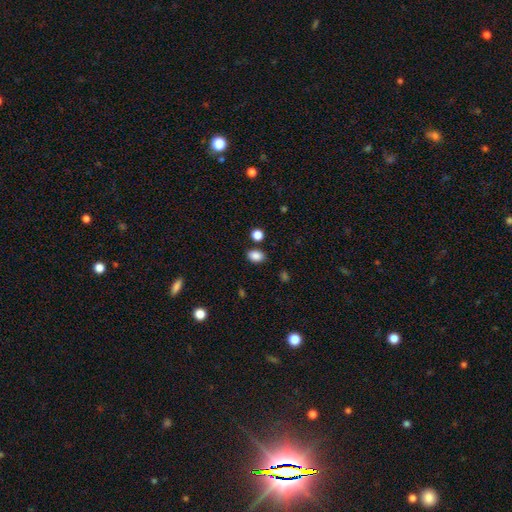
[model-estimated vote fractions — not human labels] Morphology: type=smooth (86%); roundness=in between (74%); merging=none (82%).